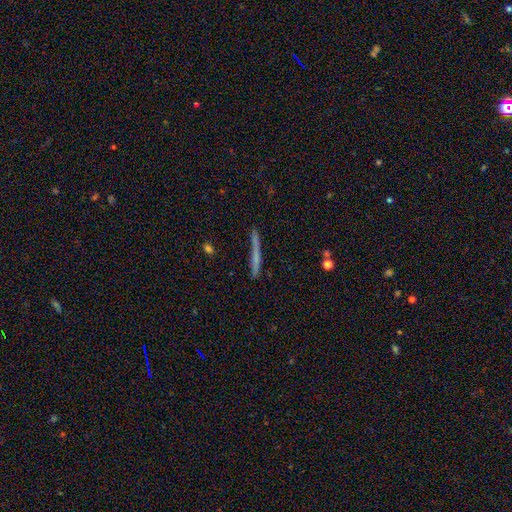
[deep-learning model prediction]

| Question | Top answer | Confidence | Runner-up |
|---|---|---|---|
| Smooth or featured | smooth | 54% | featured or disk (37%) |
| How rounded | cigar-shaped | 96% | in between (2%) |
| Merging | none | 83% | minor disturbance (12%) |